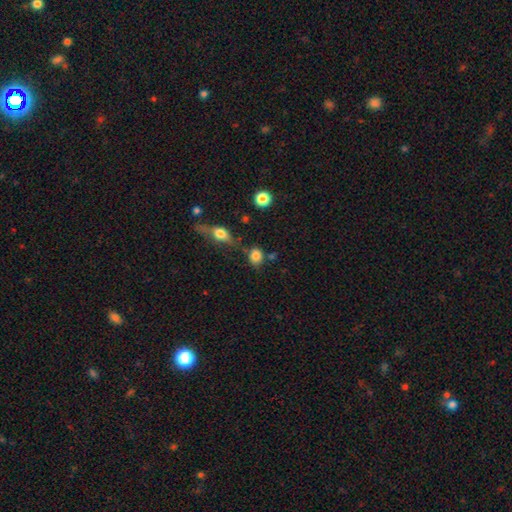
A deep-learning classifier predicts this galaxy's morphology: This appears to be a smooth galaxy with no disk features (81%) that is round (56%). Merging: none (62%).